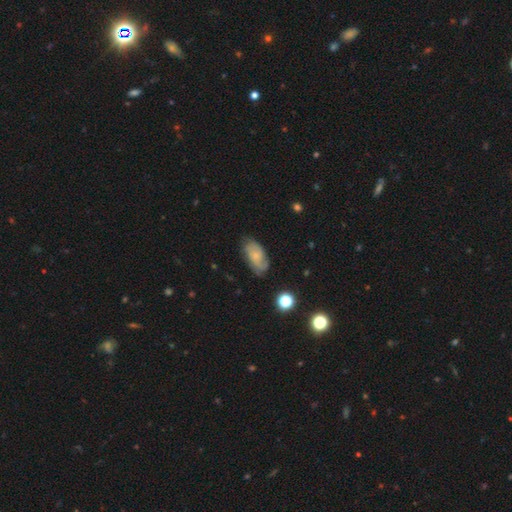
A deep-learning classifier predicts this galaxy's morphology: Overall: featured or disk (55%; smooth 37%). Edge-on disk: no (95%). Bar: no (74%). Spiral arms: yes (87%). Bulge size: small (69%). Merging: none (70%).